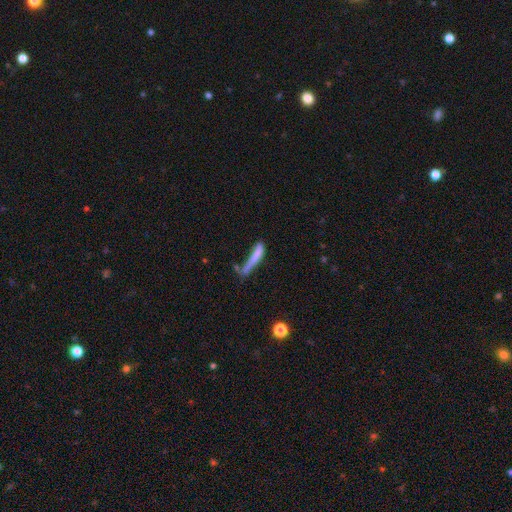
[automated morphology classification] Smooth or featured?
  - smooth: 70% *
  - featured or disk: 22%
  - star or artifact: 8%
How rounded?
  - cigar-shaped: 90% *
  - in between: 8%
  - round: 2%
Merging?
  - none: 43% *
  - minor disturbance: 25%
  - major disturbance: 17%
  - merger: 14%